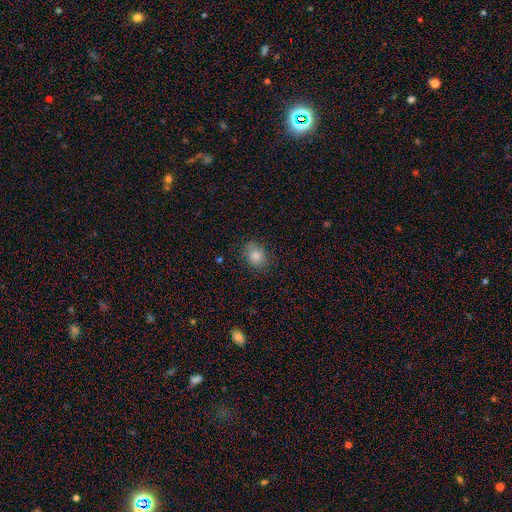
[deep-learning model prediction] Overall: smooth (83%). How rounded: in between (55%; round 44%). Merging: none (78%).